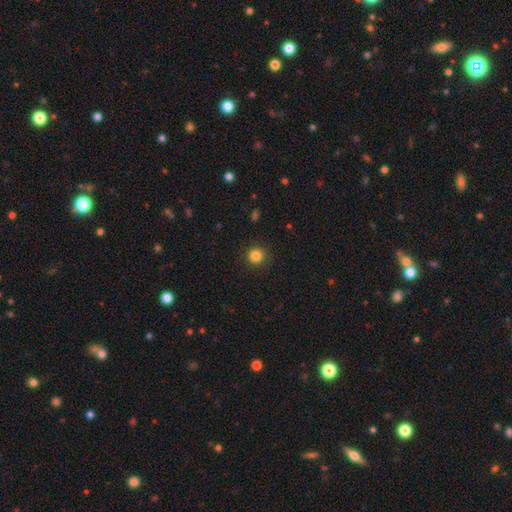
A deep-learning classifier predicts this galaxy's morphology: This is clearly a smooth galaxy (84%). How rounded: clearly round (94%). Merging: clearly none (90%).